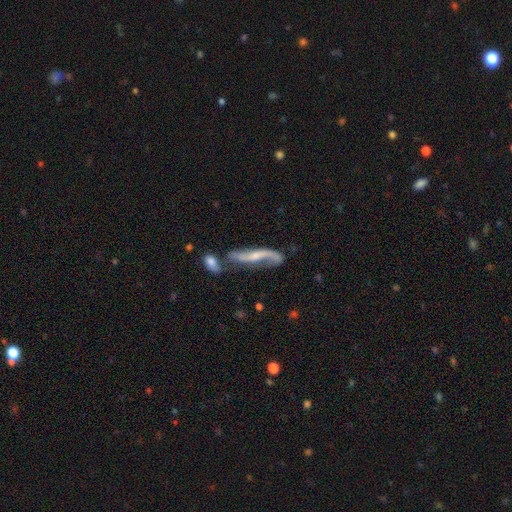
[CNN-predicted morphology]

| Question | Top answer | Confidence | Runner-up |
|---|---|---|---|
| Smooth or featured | featured or disk | 77% | smooth (16%) |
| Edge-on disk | no | 70% | yes (30%) |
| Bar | no | 45% | weak (33%) |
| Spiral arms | yes | 91% | no (9%) |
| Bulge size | small | 53% | moderate (31%) |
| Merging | none | 44% | merger (25%) |